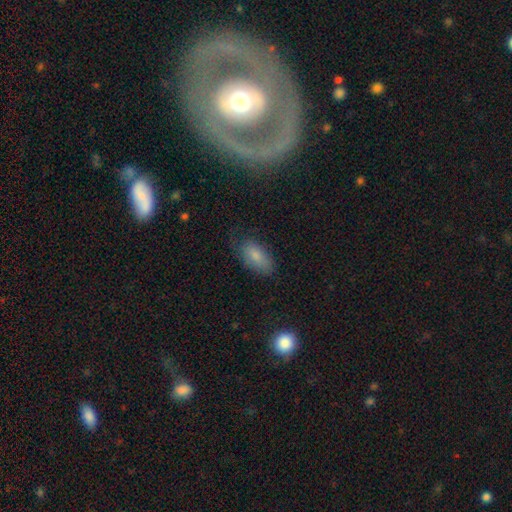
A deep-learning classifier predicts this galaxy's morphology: Q: Smooth or featured?
A: smooth (81%); runner-up: featured or disk (11%)
Q: How rounded?
A: in between (91%); runner-up: cigar-shaped (5%)
Q: Merging?
A: none (67%); runner-up: minor disturbance (24%)